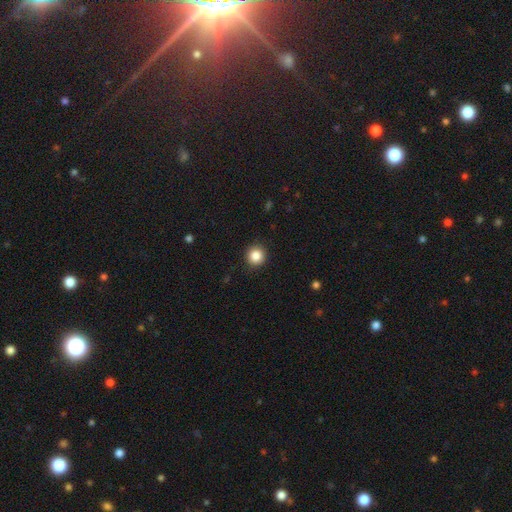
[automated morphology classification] Smooth or featured? Predicted: smooth (p=0.86). How rounded? Predicted: round (p=0.93). Merging? Predicted: none (p=0.92).